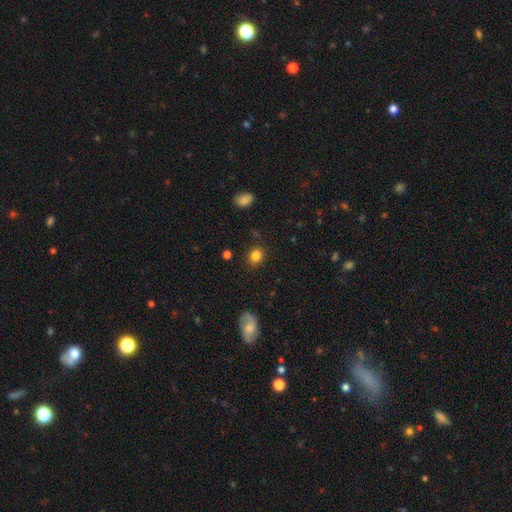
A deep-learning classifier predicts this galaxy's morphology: This appears to be a smooth galaxy with no disk features (83%) that is round (72%). Merging: none (85%).